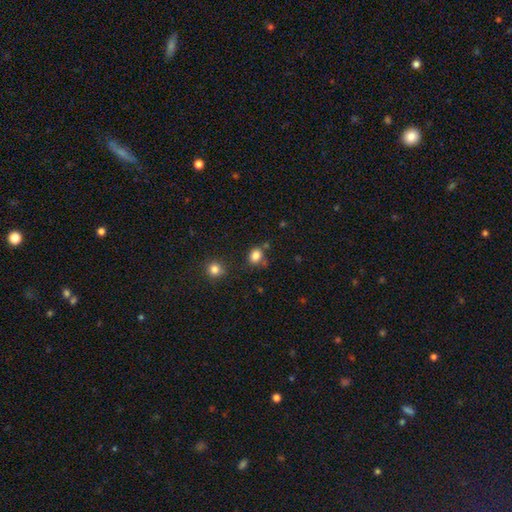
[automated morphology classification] Smooth or featured? smooth (83%)
How rounded? in between (52%)
Merging? none (70%)